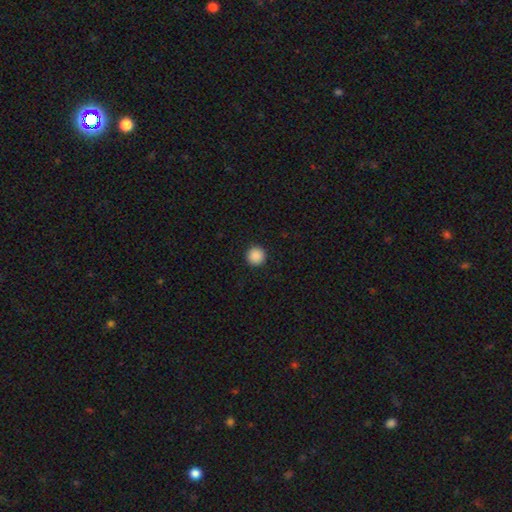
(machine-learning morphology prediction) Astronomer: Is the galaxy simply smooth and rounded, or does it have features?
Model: smooth — 89%.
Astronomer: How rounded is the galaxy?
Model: round — 96%.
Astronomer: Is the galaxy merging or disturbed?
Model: none — 94%.